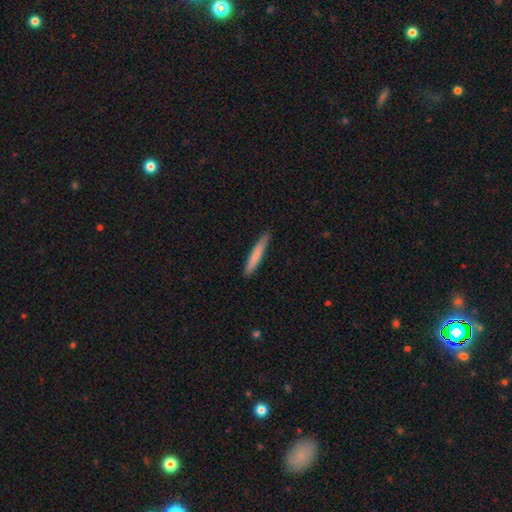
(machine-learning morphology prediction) Smooth or featured?
  - smooth: 77% *
  - featured or disk: 18%
  - star or artifact: 5%
How rounded?
  - cigar-shaped: 95% *
  - in between: 4%
  - round: 1%
Merging?
  - none: 87% *
  - minor disturbance: 10%
  - major disturbance: 2%
  - merger: 1%